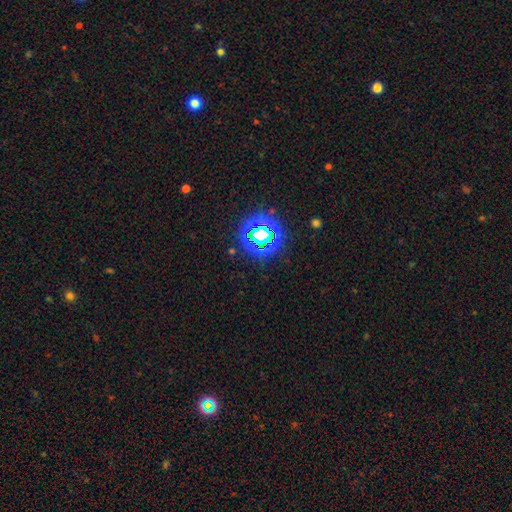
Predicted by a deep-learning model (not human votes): Smooth or featured: star or artifact — 80% (smooth — 14%)